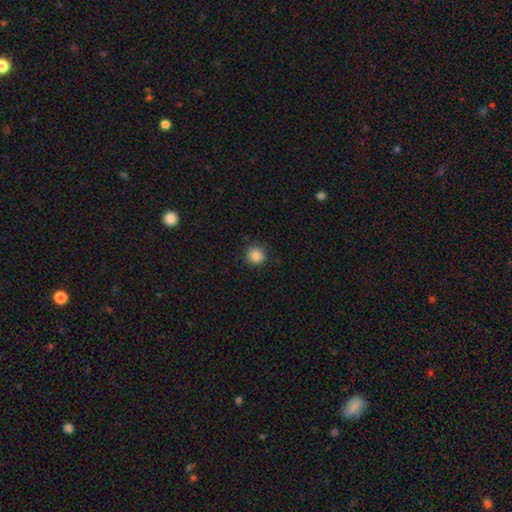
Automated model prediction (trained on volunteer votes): This is clearly a smooth galaxy (85%). How rounded: clearly round (93%). Merging: clearly none (91%).